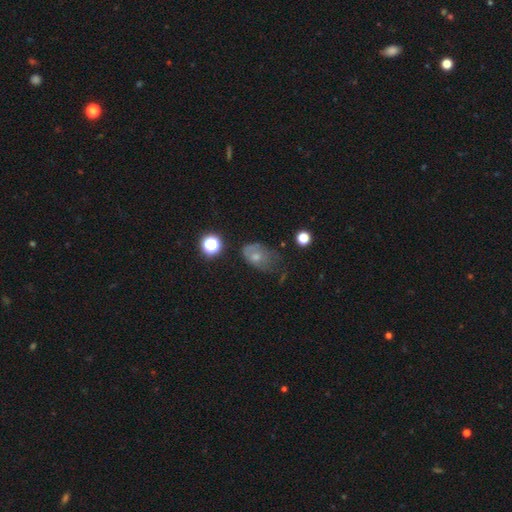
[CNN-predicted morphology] Smooth or featured: smooth — 56% (featured or disk — 30%)
How rounded: in between — 78% (round — 21%)
Merging: minor disturbance — 36% (none — 33%)